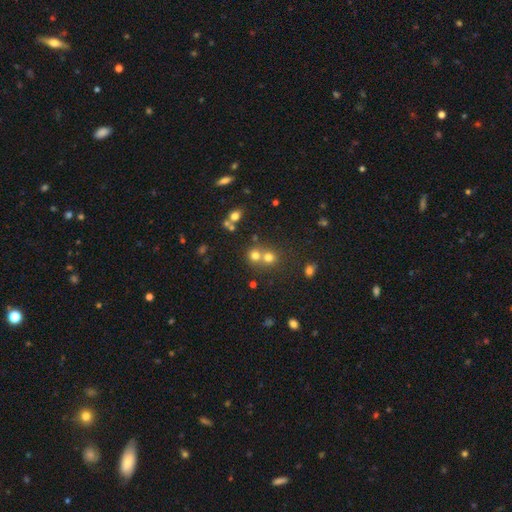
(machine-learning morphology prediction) The model was most divided on "merging": merger: 47%, none: 45%, minor disturbance: 5%, major disturbance: 2%. More confident: how rounded — round (85%); smooth or featured — smooth (69%).